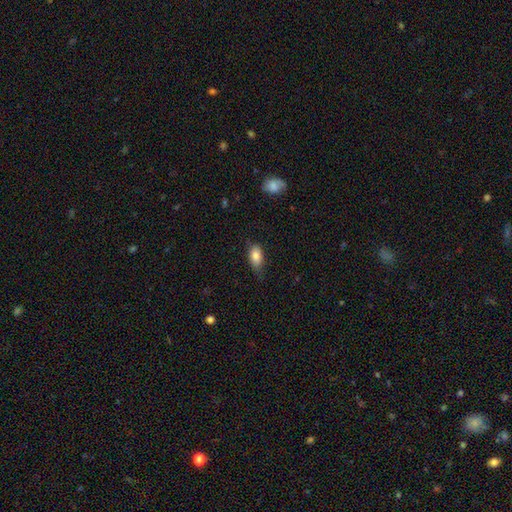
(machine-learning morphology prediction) Smooth or featured? smooth (84%)
How rounded? in between (90%)
Merging? none (65%)